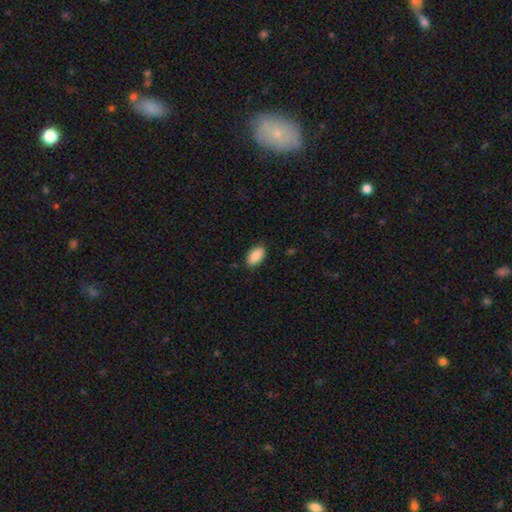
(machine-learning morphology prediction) type=smooth (90%); roundness=in between (94%); merging=none (85%).